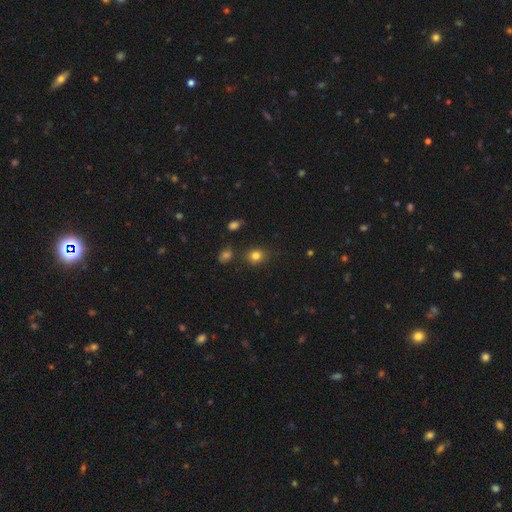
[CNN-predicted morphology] A smooth galaxy with no disk features (81%) that is round (69%). Merging: none (80%).